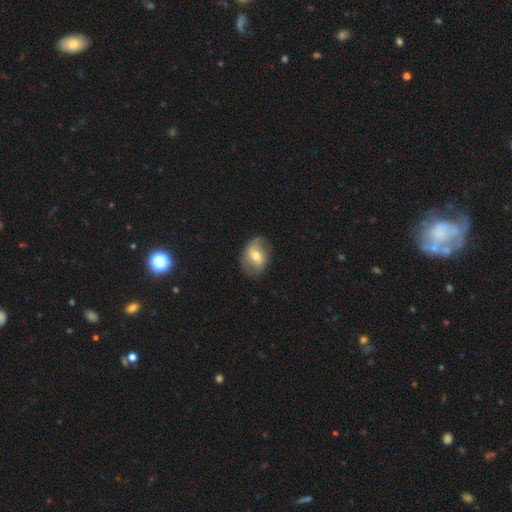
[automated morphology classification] This appears to be a featured or disk galaxy (48%). Merging: none (70%).